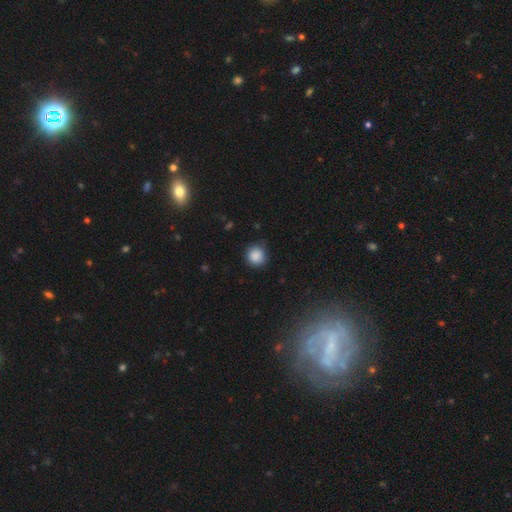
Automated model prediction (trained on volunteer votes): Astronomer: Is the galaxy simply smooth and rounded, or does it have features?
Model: smooth — 88%.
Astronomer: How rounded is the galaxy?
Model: round — 93%.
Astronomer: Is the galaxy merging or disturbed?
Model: none — 83%.